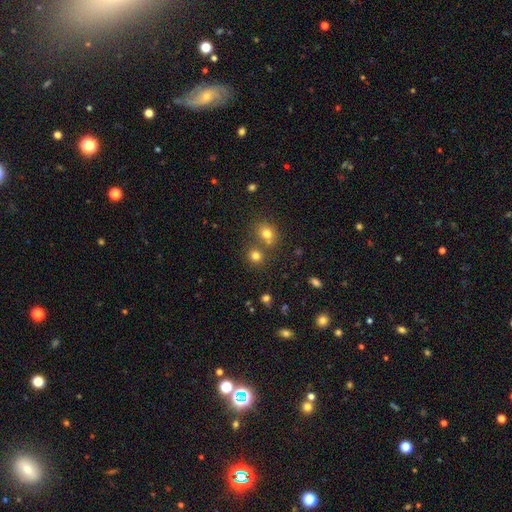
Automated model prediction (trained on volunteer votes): Smooth or featured? smooth (76%)
How rounded? round (82%)
Merging? none (65%)